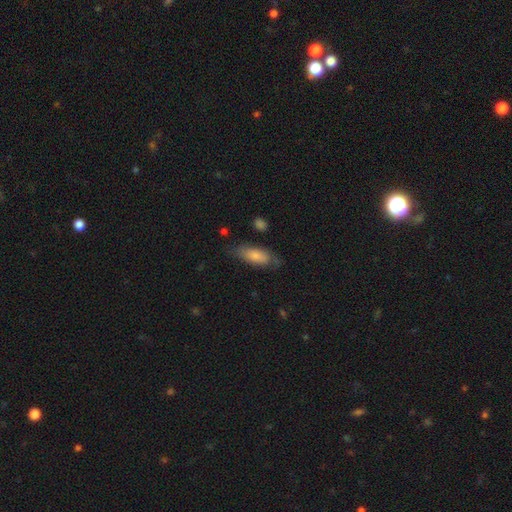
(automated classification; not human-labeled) A smooth galaxy with no disk features (76%) that is in between round and cigar-shaped (74%).

Vote fractions:
- Smooth or featured? smooth: 76% / featured or disk: 18% / star or artifact: 6%
- How rounded? in between: 74% / cigar-shaped: 23% / round: 2%
- Merging? none: 64% / minor disturbance: 25% / major disturbance: 8% / merger: 2%